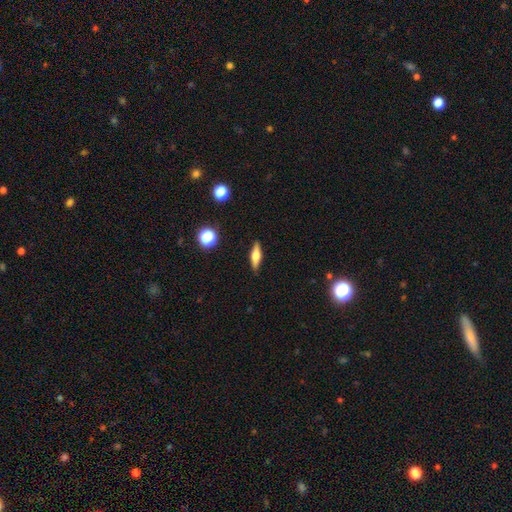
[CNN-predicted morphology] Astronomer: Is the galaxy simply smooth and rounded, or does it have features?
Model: featured or disk — 47% (runner-up: smooth, 45%).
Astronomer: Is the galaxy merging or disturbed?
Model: none — 88%.